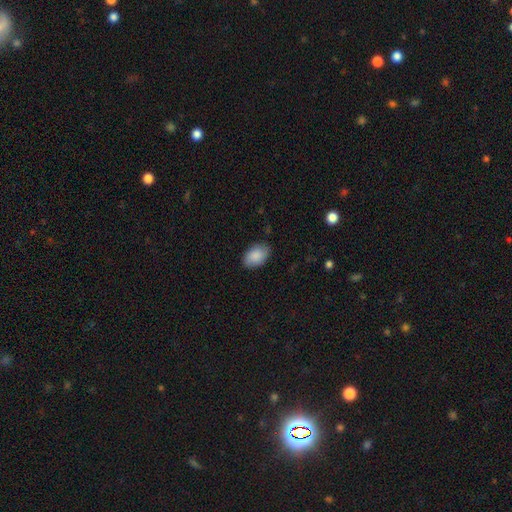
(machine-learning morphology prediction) This appears to be a smooth galaxy with no disk features (87%) that is in between round and cigar-shaped (91%). Merging: none (84%).